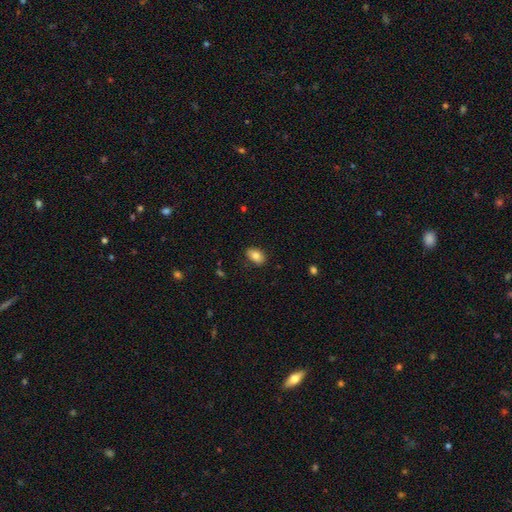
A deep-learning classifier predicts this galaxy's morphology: This is clearly a smooth galaxy (82%). How rounded: clearly in between (88%). Merging: clearly none (84%).